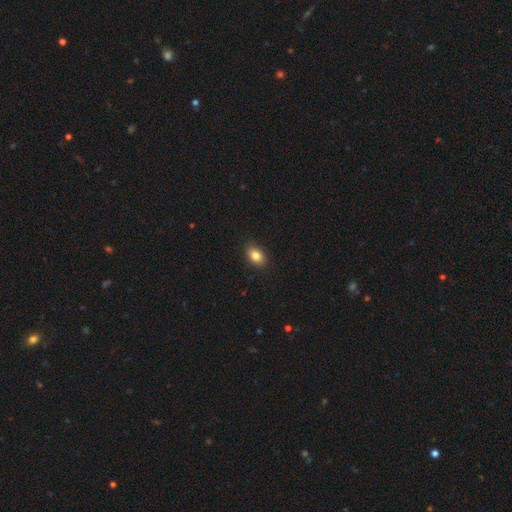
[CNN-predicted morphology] This appears to be a smooth galaxy with no disk features (84%) that is in between round and cigar-shaped (84%). Merging: none (89%).